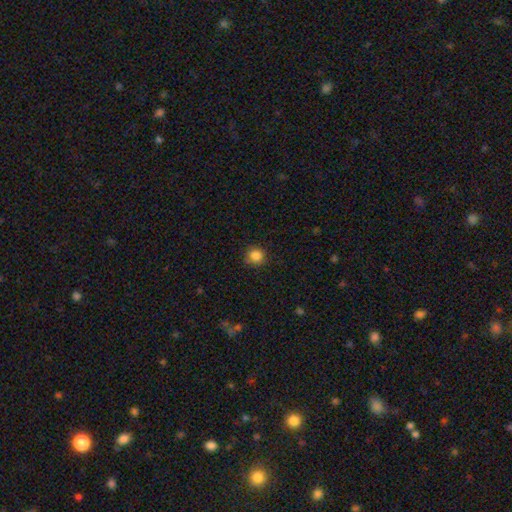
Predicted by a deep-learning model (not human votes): Morphology: type=smooth (86%); roundness=round (93%); merging=none (87%).